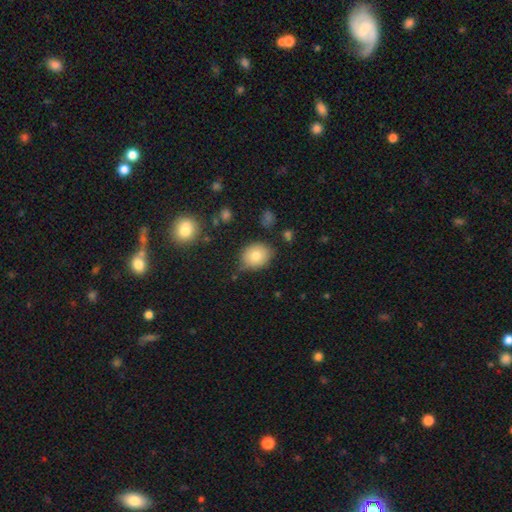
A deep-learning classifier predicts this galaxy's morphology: Smooth or featured? Predicted: smooth (p=0.78). How rounded? Predicted: round (p=0.58). Merging? Predicted: none (p=0.77).